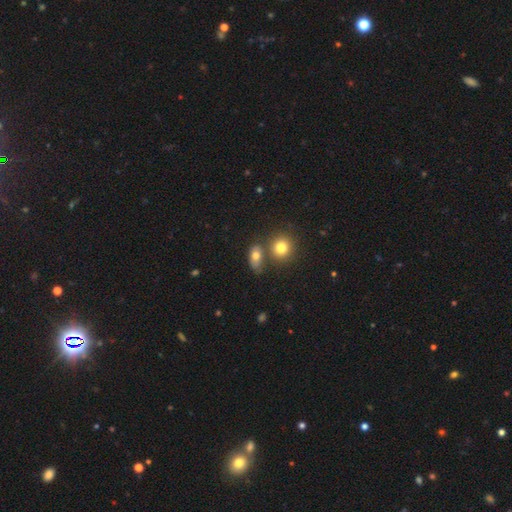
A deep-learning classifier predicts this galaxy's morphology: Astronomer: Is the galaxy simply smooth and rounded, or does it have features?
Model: smooth — 75%.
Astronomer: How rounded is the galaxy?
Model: in between — 71%.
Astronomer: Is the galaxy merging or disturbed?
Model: none — 55%.